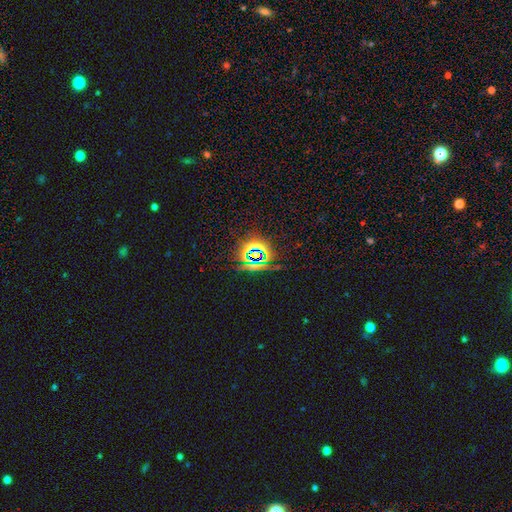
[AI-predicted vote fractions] Morphology: type=star or artifact (71%).